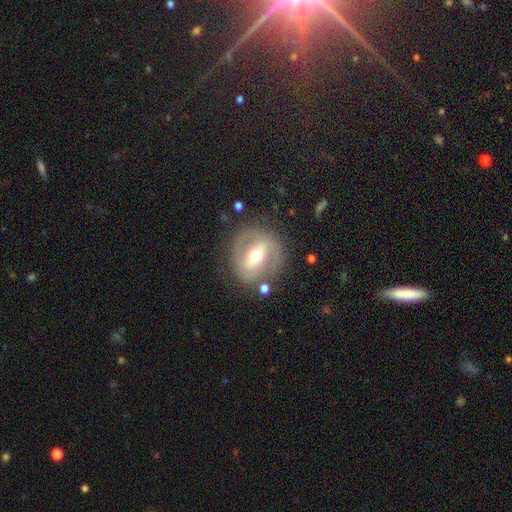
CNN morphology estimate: This appears to be a featured or disk galaxy (71%) with a strong bar (50%), spiral arms (57%) and a moderate central bulge (69%). Merging: none (77%).